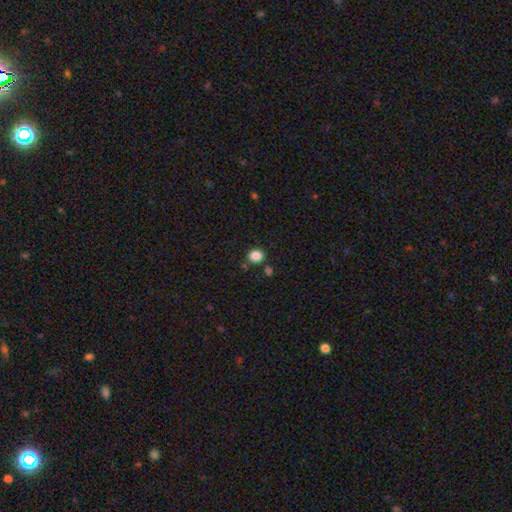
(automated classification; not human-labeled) The model was most divided on "how rounded": round: 75%, in between: 24%, cigar-shaped: 1%. More confident: smooth or featured — smooth (86%); merging — none (81%).